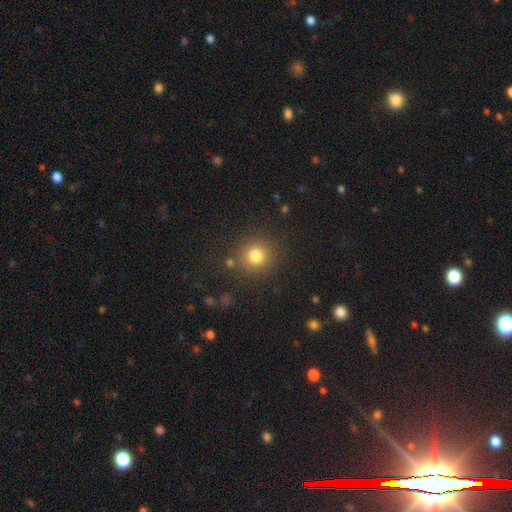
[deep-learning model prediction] Morphology: type=smooth (79%); roundness=round (90%); merging=none (84%).